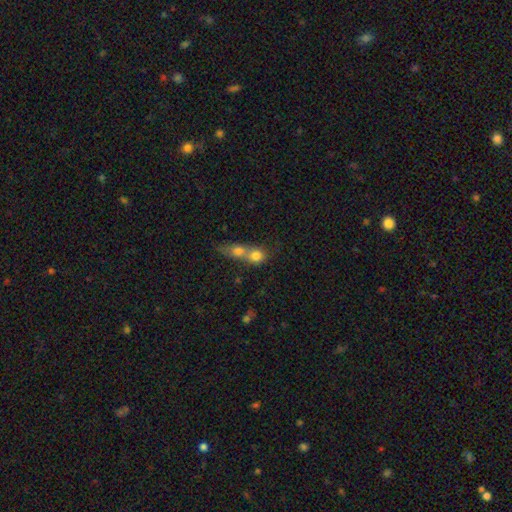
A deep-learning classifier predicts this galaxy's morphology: This appears to be a smooth galaxy with no disk features (73%) that is round (71%). Merging: merger (72%).